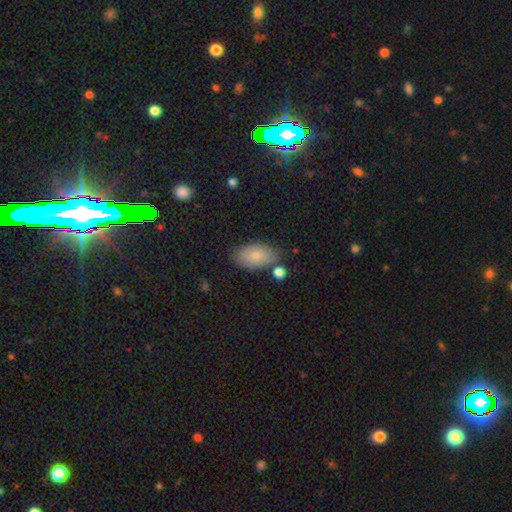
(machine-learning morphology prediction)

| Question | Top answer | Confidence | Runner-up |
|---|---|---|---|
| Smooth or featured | smooth | 80% | featured or disk (12%) |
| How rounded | in between | 93% | round (5%) |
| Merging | none | 73% | minor disturbance (17%) |